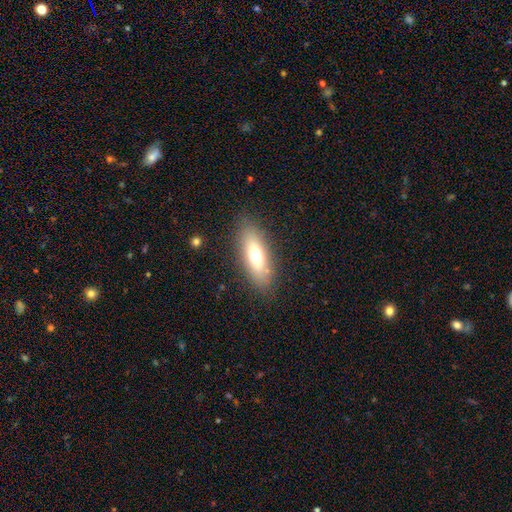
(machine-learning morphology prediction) Q: Smooth or featured?
A: smooth (67%); runner-up: featured or disk (25%)
Q: How rounded?
A: in between (65%); runner-up: cigar-shaped (32%)
Q: Merging?
A: none (84%); runner-up: minor disturbance (11%)